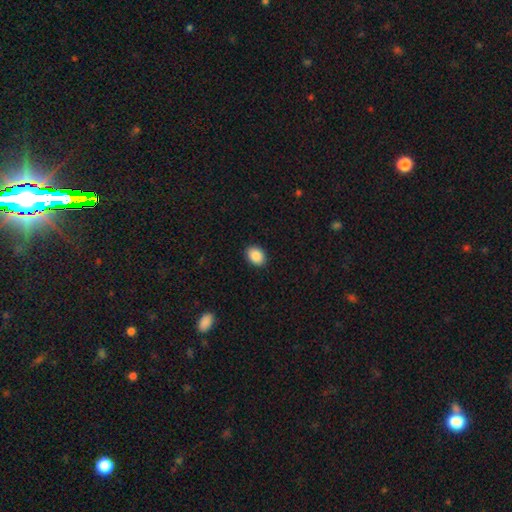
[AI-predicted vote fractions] smooth_or_featured: smooth (p=0.89) [alt: star or artifact p=0.08]
how_rounded: in between (p=0.69) [alt: round p=0.30]
merging: none (p=0.91) [alt: minor disturbance p=0.07]